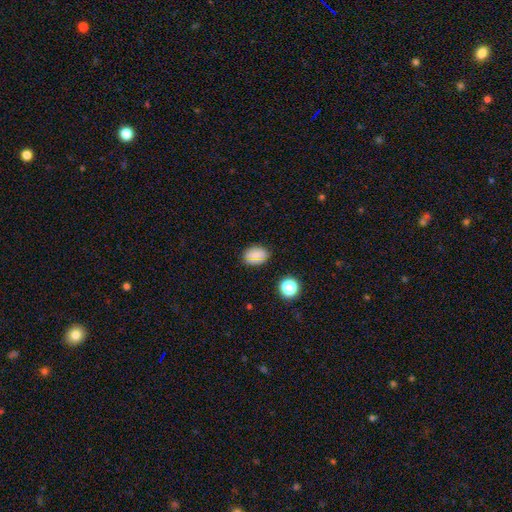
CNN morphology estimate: smooth-or-featured: smooth: 73% | star or artifact: 19% | featured or disk: 9%
  how-rounded: in between: 73% | round: 26% | cigar-shaped: 2%
  merging: none: 82% | minor disturbance: 13% | major disturbance: 3% | merger: 2%